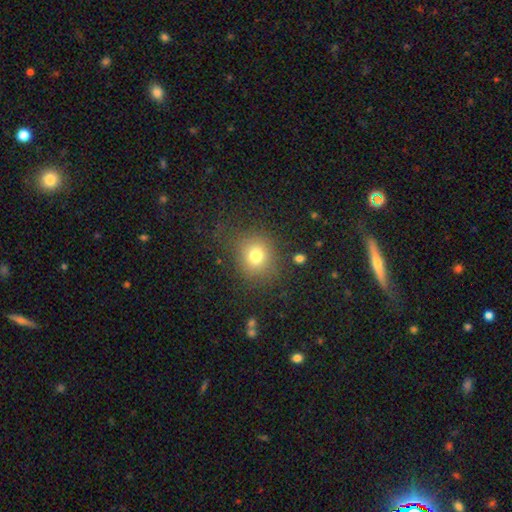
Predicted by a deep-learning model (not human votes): The model was most divided on "how rounded": round: 76%, in between: 23%, cigar-shaped: 1%. More confident: merging — none (75%); smooth or featured — smooth (74%).